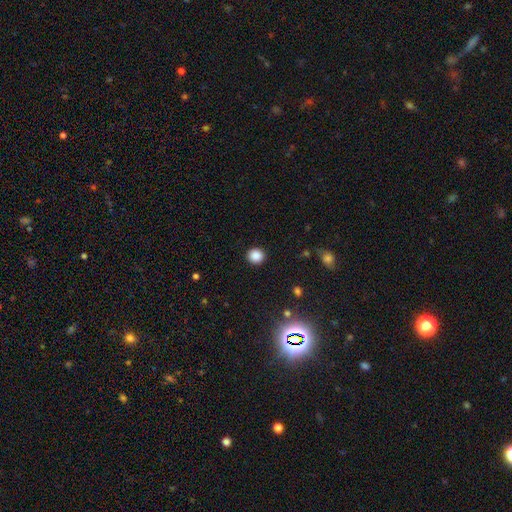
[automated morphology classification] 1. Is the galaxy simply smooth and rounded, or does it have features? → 86% smooth, 11% star or artifact, 3% featured or disk.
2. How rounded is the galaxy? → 87% round, 12% in between, 1% cigar-shaped.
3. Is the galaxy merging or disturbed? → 91% none, 6% minor disturbance, 2% major disturbance, 1% merger.